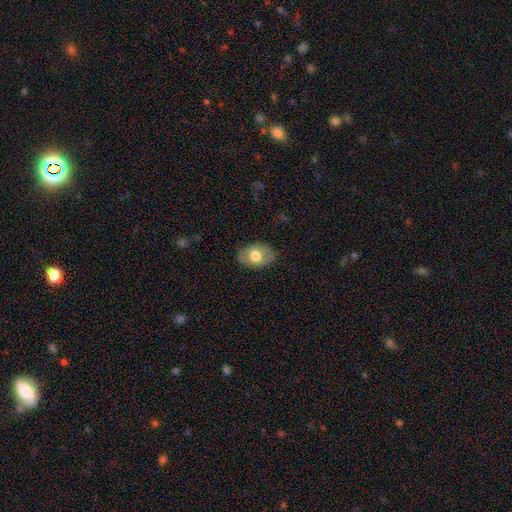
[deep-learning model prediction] smooth_or_featured: smooth (p=0.66) [alt: featured or disk p=0.27]
how_rounded: in between (p=0.85) [alt: round p=0.14]
merging: none (p=0.82) [alt: minor disturbance p=0.13]